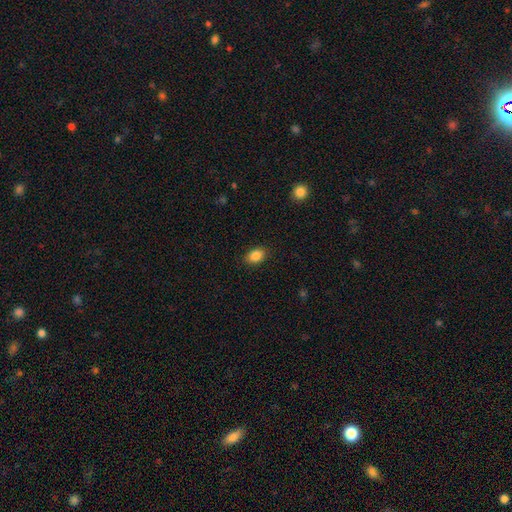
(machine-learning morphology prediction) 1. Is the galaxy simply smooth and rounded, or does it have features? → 86% smooth, 9% star or artifact, 5% featured or disk.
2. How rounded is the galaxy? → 82% in between, 16% round, 1% cigar-shaped.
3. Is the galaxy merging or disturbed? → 88% none, 8% minor disturbance, 2% major disturbance, 1% merger.